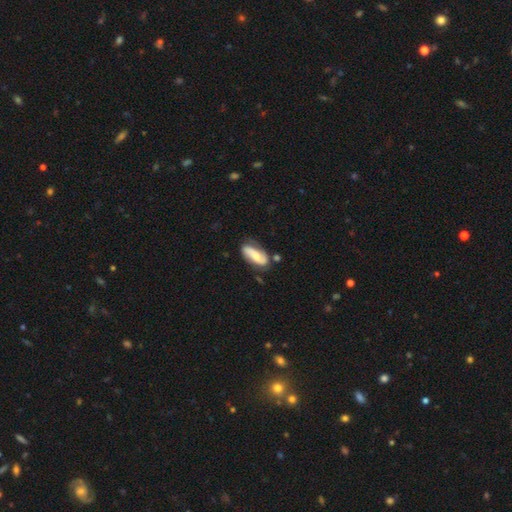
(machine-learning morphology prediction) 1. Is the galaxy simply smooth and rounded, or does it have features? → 60% featured or disk, 34% smooth, 6% star or artifact.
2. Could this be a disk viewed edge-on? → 91% no, 9% yes.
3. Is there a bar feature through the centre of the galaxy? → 52% no, 28% weak, 20% strong.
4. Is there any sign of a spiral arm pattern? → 87% yes, 13% no.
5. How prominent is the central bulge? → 55% moderate, 35% small, 6% large, 3% none, 1% dominant.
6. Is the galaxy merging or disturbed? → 67% none, 21% minor disturbance, 6% major disturbance, 5% merger.